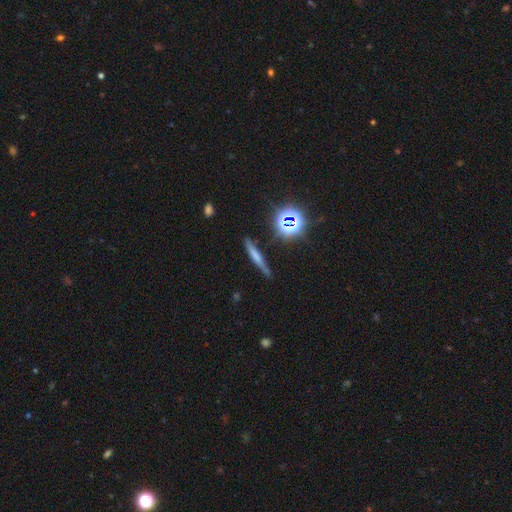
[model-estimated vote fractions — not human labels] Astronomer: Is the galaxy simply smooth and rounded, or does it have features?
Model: smooth — 53% (runner-up: featured or disk, 29%).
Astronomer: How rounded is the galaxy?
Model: cigar-shaped — 88%.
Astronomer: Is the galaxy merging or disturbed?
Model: none — 80%.